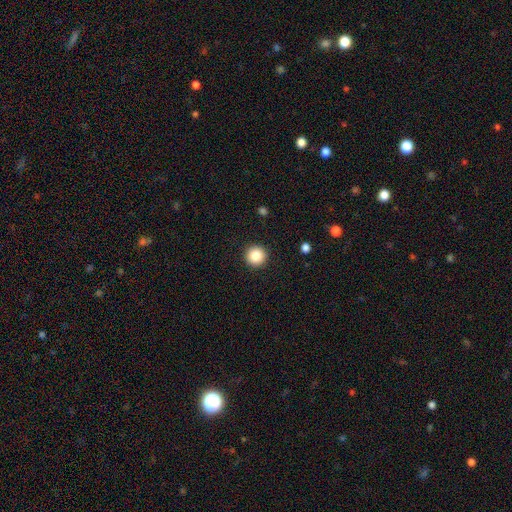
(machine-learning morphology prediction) Smooth or featured? smooth (86%)
How rounded? round (96%)
Merging? none (93%)